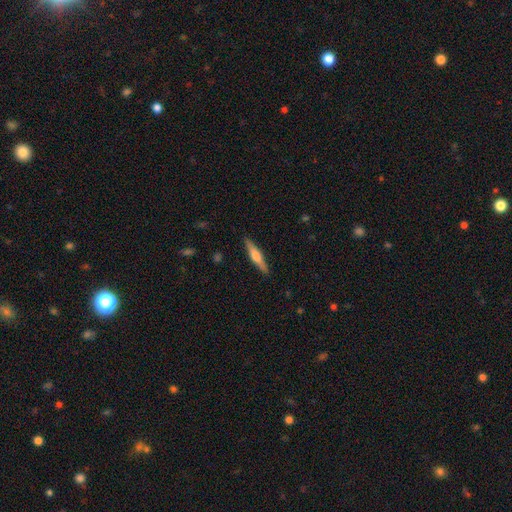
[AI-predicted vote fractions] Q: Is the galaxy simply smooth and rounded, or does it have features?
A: featured or disk — 54%.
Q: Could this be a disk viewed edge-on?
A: yes — 96%.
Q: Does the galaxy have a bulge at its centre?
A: rounded — 85%.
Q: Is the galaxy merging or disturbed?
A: none — 90%.